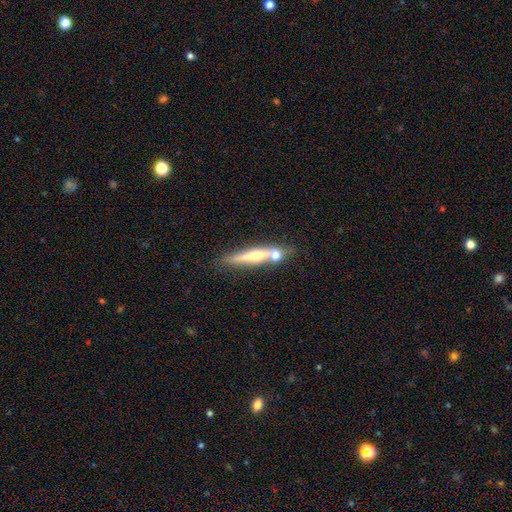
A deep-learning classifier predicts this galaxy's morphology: Smooth or featured?
  - featured or disk: 57% *
  - smooth: 35%
  - star or artifact: 8%
Edge-on disk?
  - yes: 92% *
  - no: 8%
Edge-on bulge?
  - rounded: 84% *
  - none: 11%
  - boxy: 5%
Merging?
  - none: 61% *
  - merger: 24%
  - minor disturbance: 11%
  - major disturbance: 4%